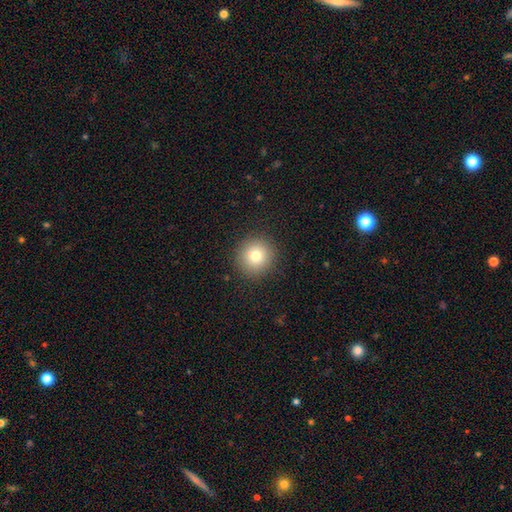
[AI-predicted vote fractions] This appears to be a smooth galaxy with no disk features (77%) that is round (95%). Merging: none (91%).